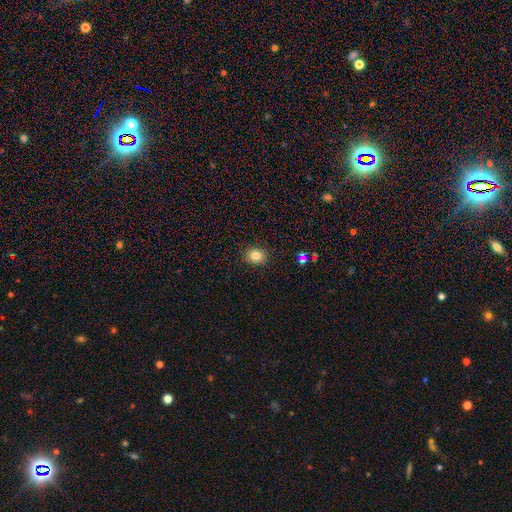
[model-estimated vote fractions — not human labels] Smooth or featured? Predicted: smooth (p=0.83). How rounded? Predicted: round (p=0.63). Merging? Predicted: none (p=0.90).